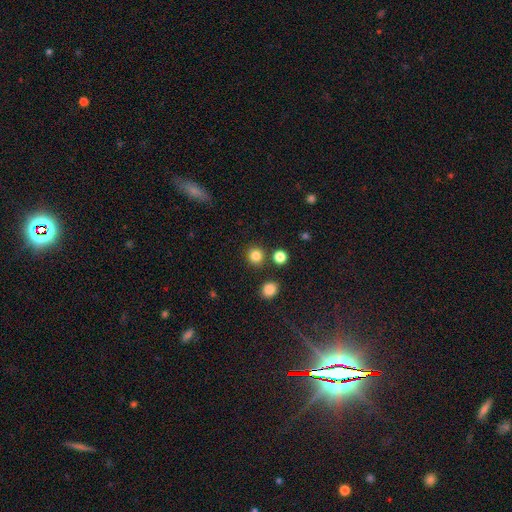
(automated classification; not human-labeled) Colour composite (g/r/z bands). It shows a smooth galaxy with no disk features (83%) that is round (92%). Merging: none (84%).